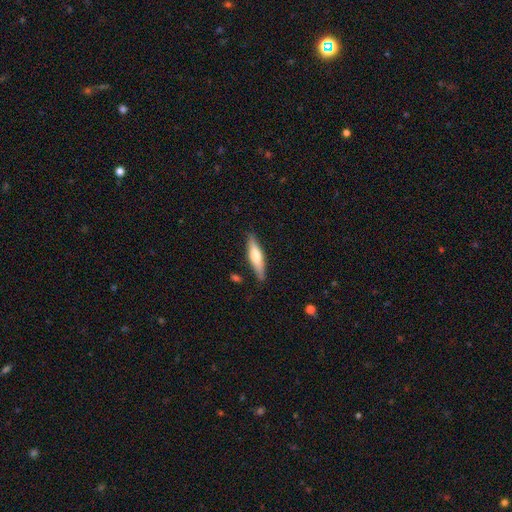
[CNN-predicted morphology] Q: Smooth or featured?
A: smooth (53%); runner-up: featured or disk (41%)
Q: How rounded?
A: cigar-shaped (75%); runner-up: in between (23%)
Q: Merging?
A: none (85%); runner-up: minor disturbance (11%)